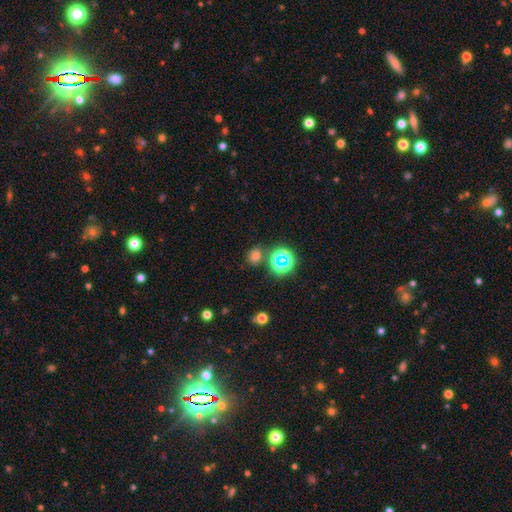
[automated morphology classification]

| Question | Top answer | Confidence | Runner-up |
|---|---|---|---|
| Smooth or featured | smooth | 65% | star or artifact (28%) |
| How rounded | round | 58% | in between (41%) |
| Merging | none | 76% | minor disturbance (12%) |